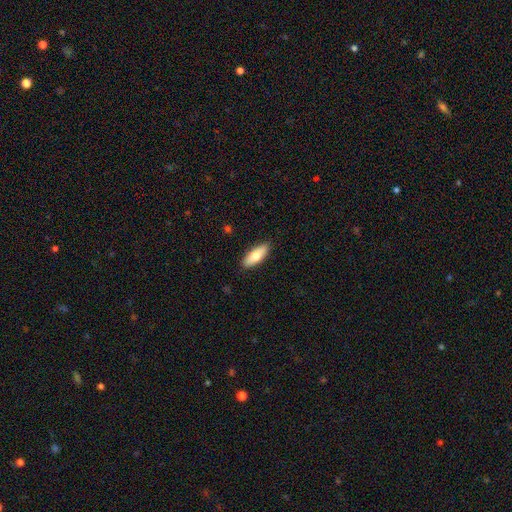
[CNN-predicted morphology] smooth_or_featured: smooth (p=0.75) [alt: featured or disk p=0.19]
how_rounded: in between (p=0.71) [alt: cigar-shaped p=0.27]
merging: none (p=0.89) [alt: minor disturbance p=0.09]